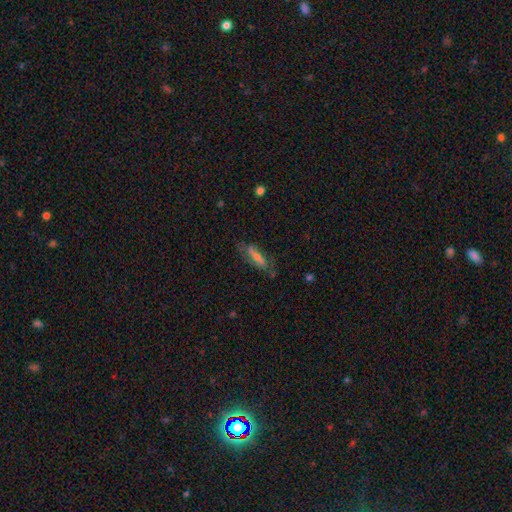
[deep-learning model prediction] smooth 50%, featured or disk 42%, star or artifact 9%. Down the decision tree: merging — none (68%).